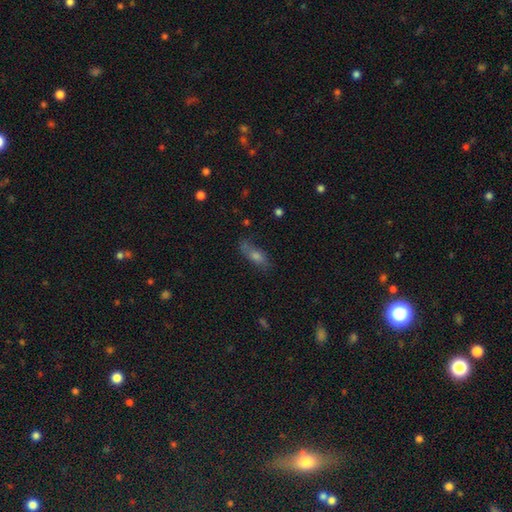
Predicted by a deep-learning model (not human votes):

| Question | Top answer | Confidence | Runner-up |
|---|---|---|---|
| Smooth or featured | smooth | 51% | featured or disk (30%) |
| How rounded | in between | 57% | cigar-shaped (36%) |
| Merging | none | 66% | minor disturbance (21%) |